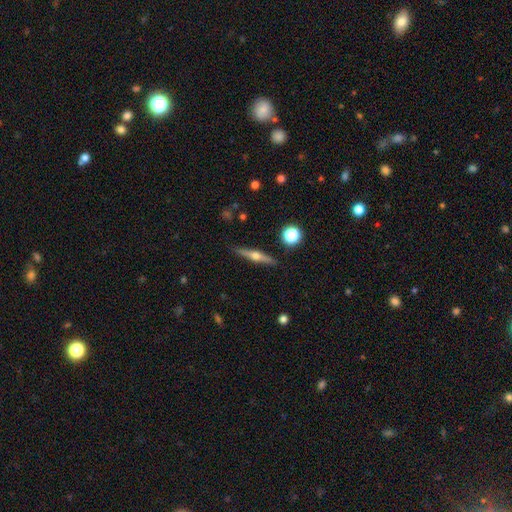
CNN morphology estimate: Overall: featured or disk (68%). Edge-on disk: yes (97%). Edge-on bulge: rounded (93%). Merging: none (88%).